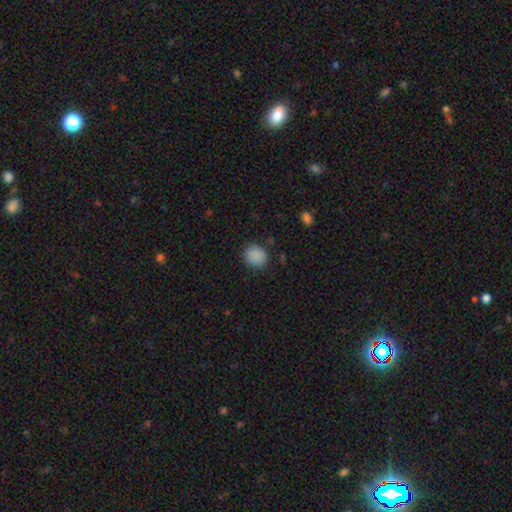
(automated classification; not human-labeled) The model was most divided on "how rounded": round: 75%, in between: 25%, cigar-shaped: 1%. More confident: smooth or featured — smooth (88%); merging — none (85%).